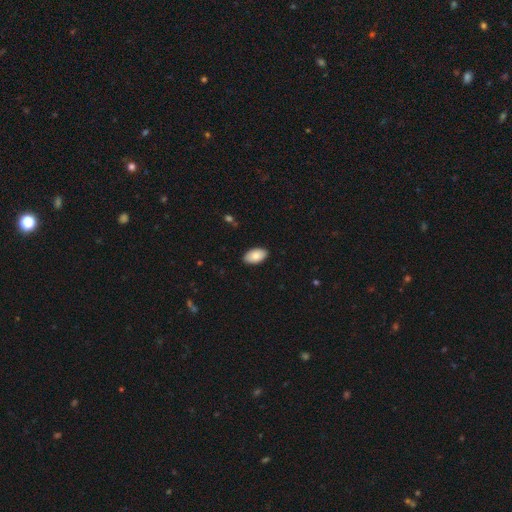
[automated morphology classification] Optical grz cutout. It shows a smooth galaxy with no disk features (85%) that is in between round and cigar-shaped (95%). Merging: none (88%).